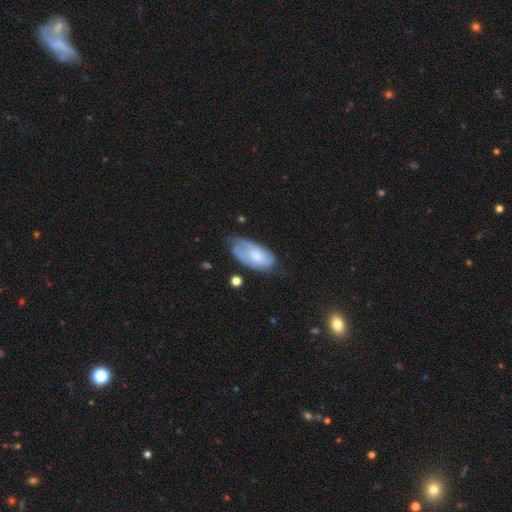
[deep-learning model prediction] This appears to be a featured or disk galaxy (58%) with no bar (68%), spiral arms (81%) and a moderate central bulge (38%). Merging: none (47%).